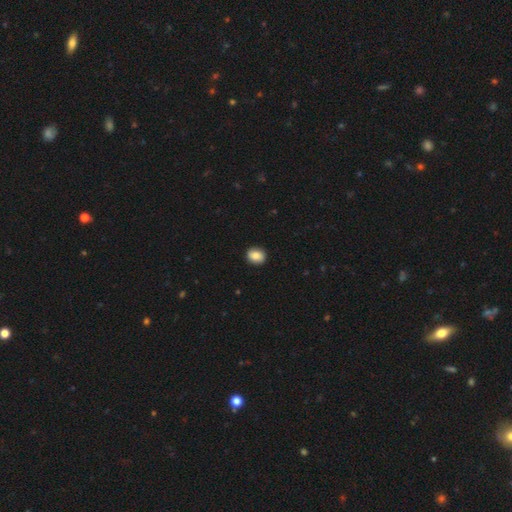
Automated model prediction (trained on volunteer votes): Morphology: type=smooth (85%); roundness=round (56%); merging=none (90%).